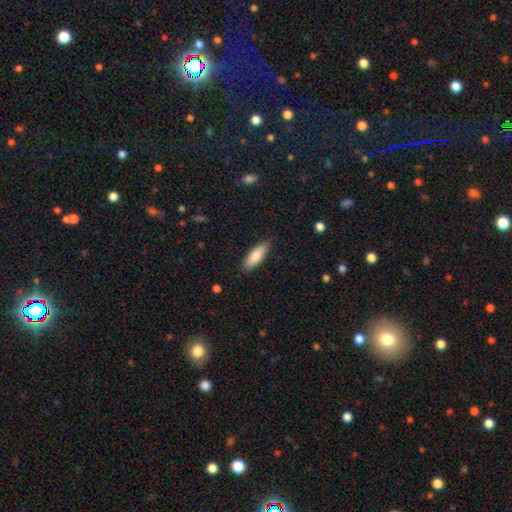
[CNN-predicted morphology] smooth-or-featured: smooth: 81% | featured or disk: 13% | star or artifact: 6%
  how-rounded: in between: 67% | cigar-shaped: 31% | round: 2%
  merging: none: 88% | minor disturbance: 9% | major disturbance: 2% | merger: 1%